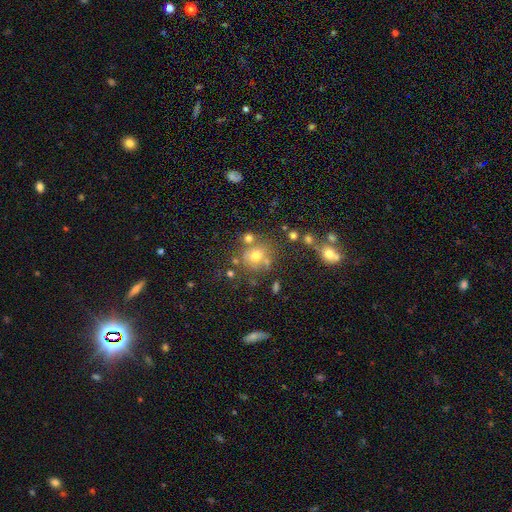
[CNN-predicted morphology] type=smooth (66%); roundness=round (78%); merging=none (64%).